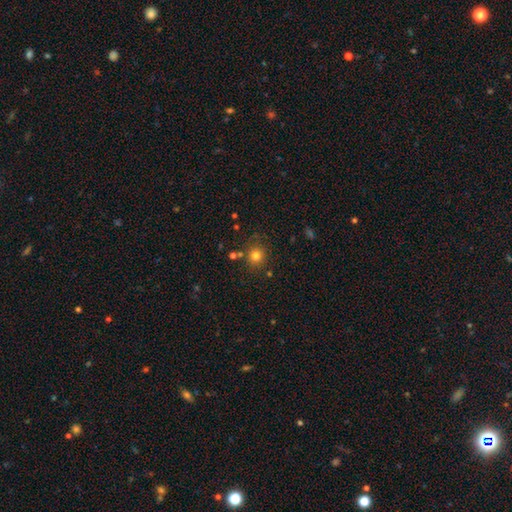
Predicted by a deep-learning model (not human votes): smooth_or_featured: smooth (p=0.78) [alt: star or artifact p=0.15]
how_rounded: round (p=0.89) [alt: in between p=0.10]
merging: none (p=0.81) [alt: minor disturbance p=0.10]